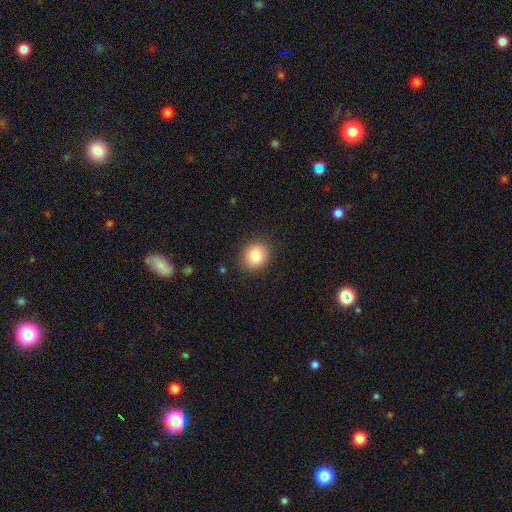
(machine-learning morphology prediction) This appears to be a smooth galaxy with no disk features (85%) that is round (69%). Merging: none (86%).